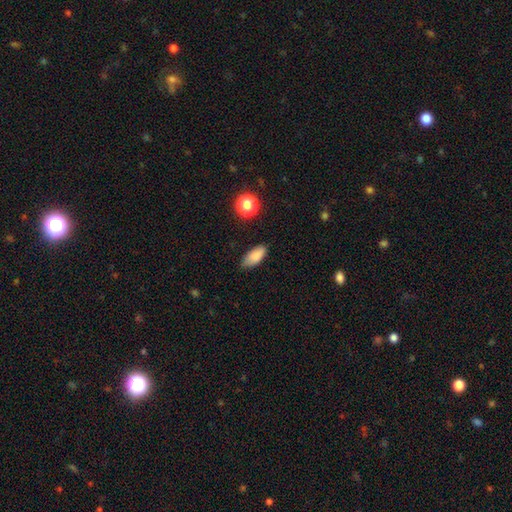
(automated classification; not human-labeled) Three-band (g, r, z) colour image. It shows a smooth galaxy with no disk features (85%) that is in between round and cigar-shaped (85%). Merging: none (76%).